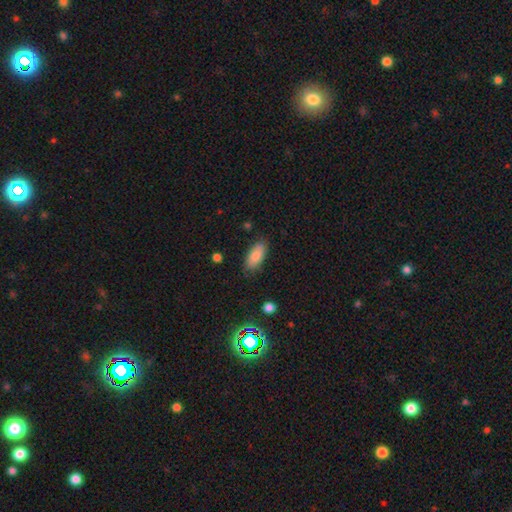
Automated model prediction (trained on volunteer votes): smooth_or_featured: smooth (p=0.85) [alt: featured or disk p=0.08]
how_rounded: in between (p=0.85) [alt: cigar-shaped p=0.12]
merging: none (p=0.83) [alt: minor disturbance p=0.13]